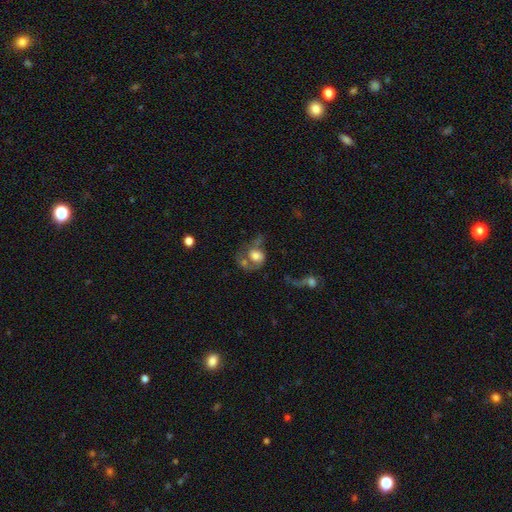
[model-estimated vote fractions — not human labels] Smooth or featured: smooth — 50% (featured or disk — 40%)
Merging: major disturbance — 37% (merger — 30%)